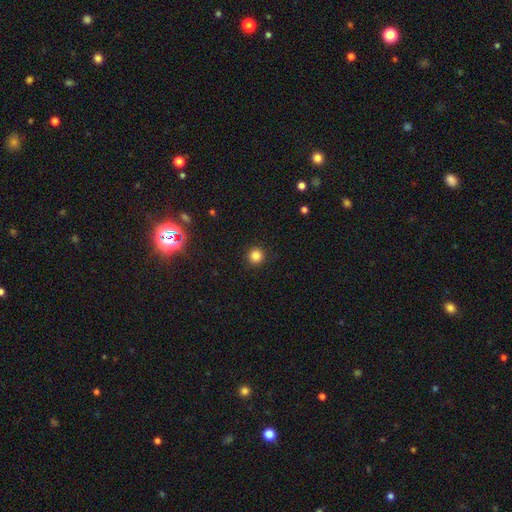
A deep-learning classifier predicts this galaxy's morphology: smooth 84%, star or artifact 12%, featured or disk 4%. Down the decision tree: how rounded — round (95%); merging — none (92%).